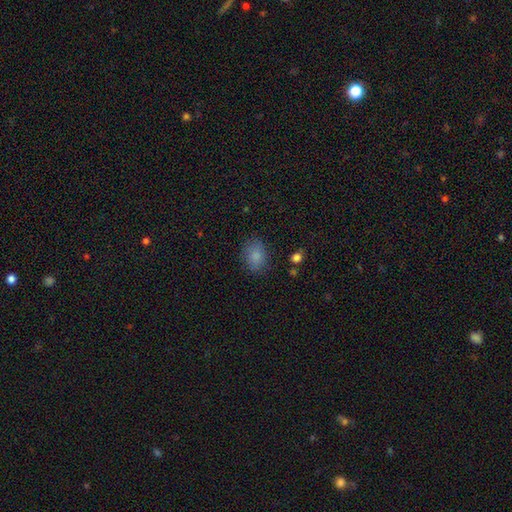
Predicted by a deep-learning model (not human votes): smooth-or-featured: smooth: 84% | star or artifact: 10% | featured or disk: 6%
  how-rounded: in between: 64% | round: 35% | cigar-shaped: 1%
  merging: none: 81% | minor disturbance: 13% | major disturbance: 4% | merger: 2%